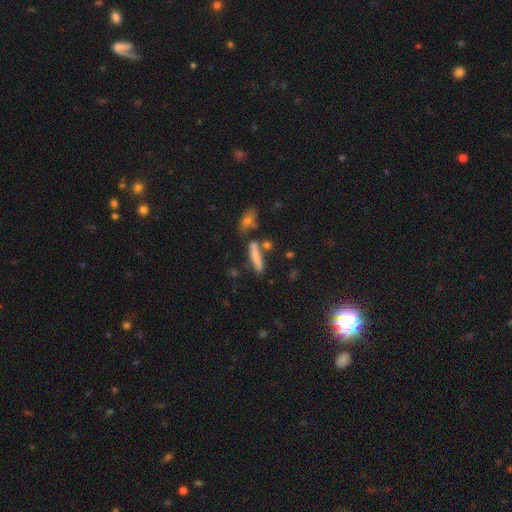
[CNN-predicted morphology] smooth-or-featured: smooth: 72% | featured or disk: 20% | star or artifact: 9%
  how-rounded: cigar-shaped: 82% | in between: 15% | round: 3%
  merging: none: 68% | minor disturbance: 14% | merger: 14% | major disturbance: 5%